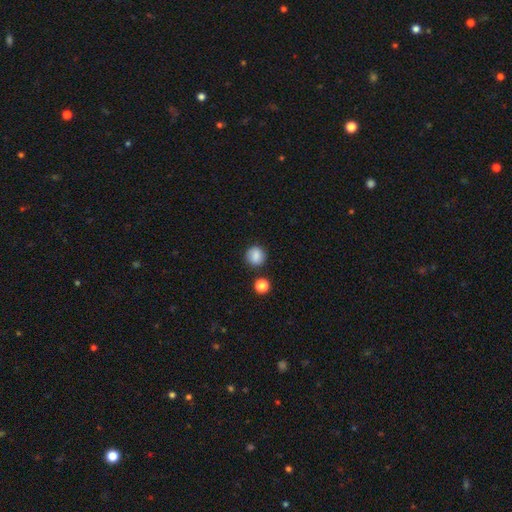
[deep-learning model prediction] Overall: smooth (84%). How rounded: round (90%). Merging: none (83%).